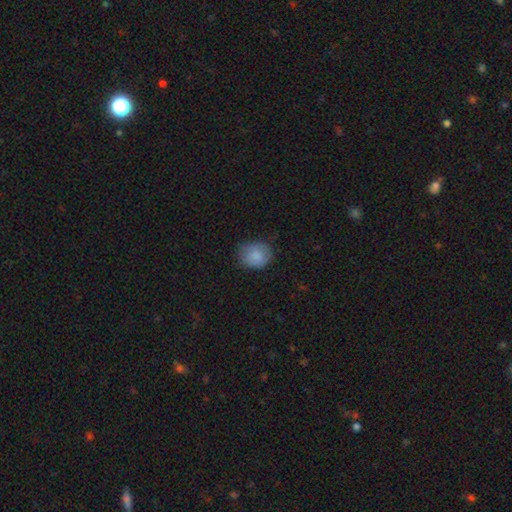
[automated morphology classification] smooth_or_featured: smooth (p=0.82) [alt: featured or disk p=0.10]
how_rounded: round (p=0.64) [alt: in between p=0.35]
merging: none (p=0.64) [alt: minor disturbance p=0.28]